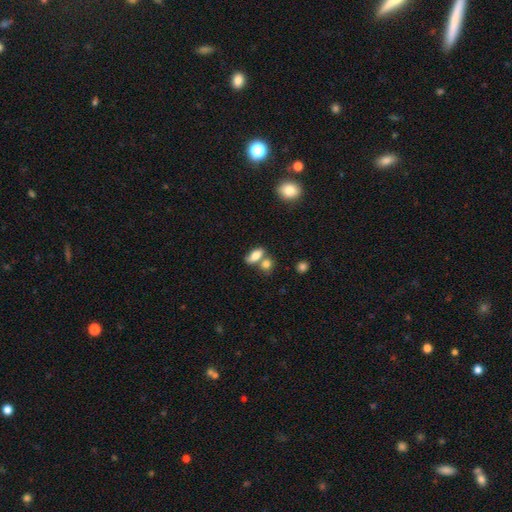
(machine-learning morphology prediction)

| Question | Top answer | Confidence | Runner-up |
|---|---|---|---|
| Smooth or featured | smooth | 77% | featured or disk (14%) |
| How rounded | in between | 82% | cigar-shaped (11%) |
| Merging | none | 46% | merger (37%) |